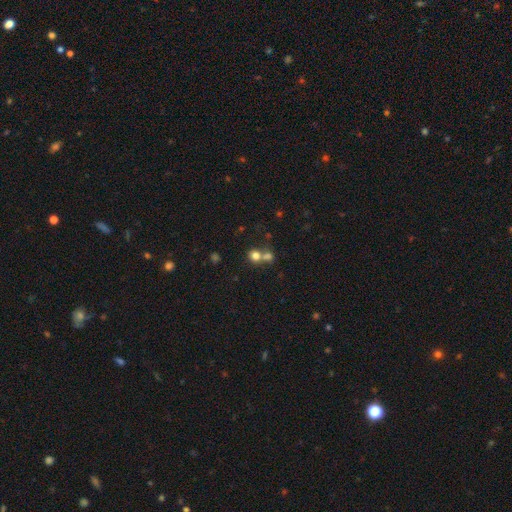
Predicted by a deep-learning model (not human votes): smooth 75%, star or artifact 14%, featured or disk 11%. Down the decision tree: how rounded — round (80%); merging — merger (51%).